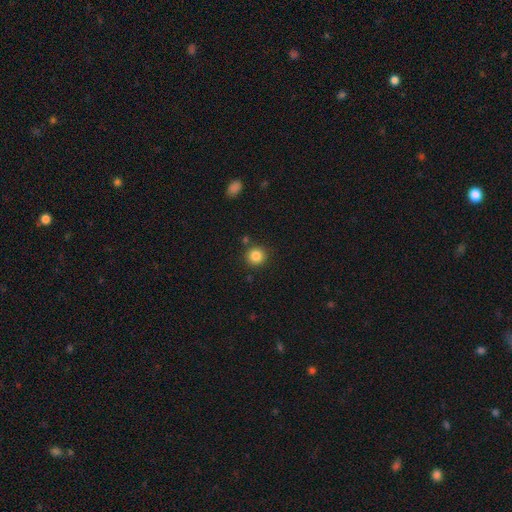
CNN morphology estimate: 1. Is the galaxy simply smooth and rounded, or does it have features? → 85% smooth, 10% star or artifact, 5% featured or disk.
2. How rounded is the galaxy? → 93% round, 7% in between, 1% cigar-shaped.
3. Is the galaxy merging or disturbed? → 86% none, 7% minor disturbance, 4% merger, 2% major disturbance.